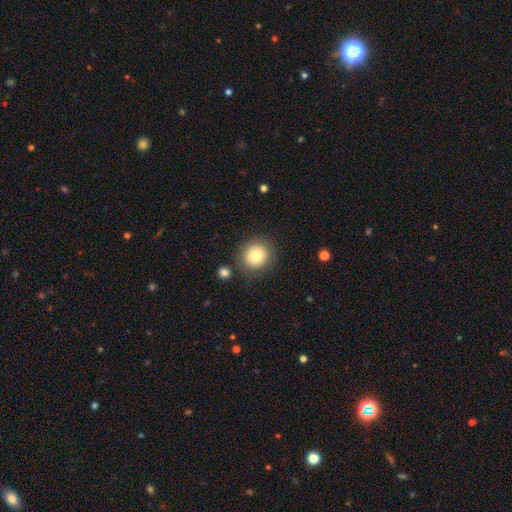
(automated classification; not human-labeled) This is likely a smooth galaxy (80%). How rounded: clearly round (91%). Merging: clearly none (85%).